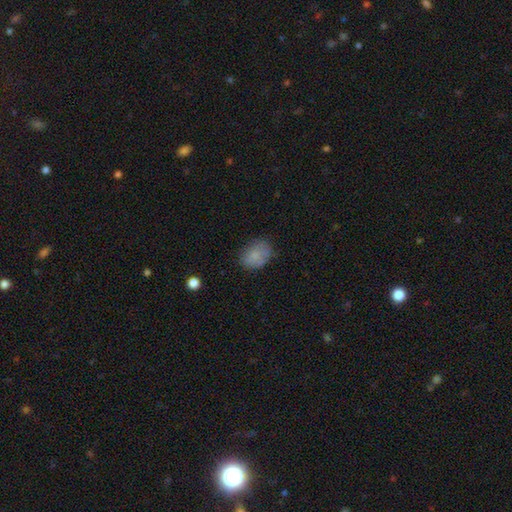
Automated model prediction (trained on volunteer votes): Smooth or featured?
  - smooth: 77% *
  - featured or disk: 14%
  - star or artifact: 9%
How rounded?
  - in between: 69% *
  - round: 29%
  - cigar-shaped: 1%
Merging?
  - none: 65% *
  - minor disturbance: 24%
  - major disturbance: 7%
  - merger: 4%